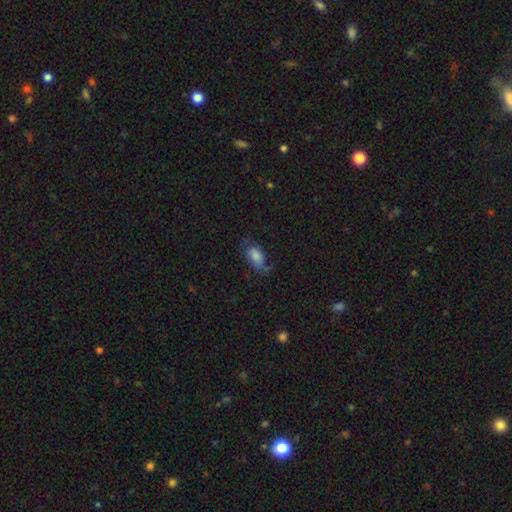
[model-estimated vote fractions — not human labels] Smooth or featured? smooth (73%)
How rounded? in between (90%)
Merging? none (54%)